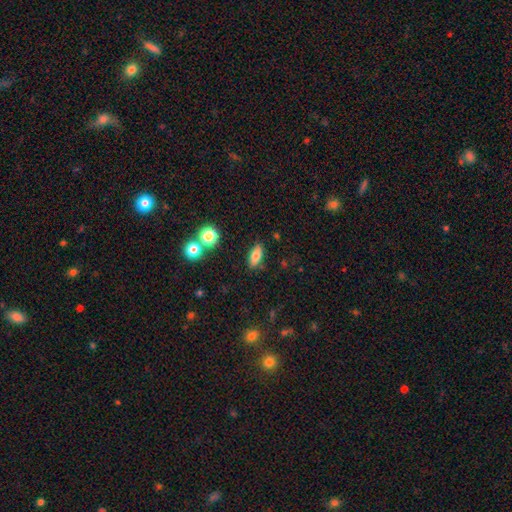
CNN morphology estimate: This appears to be a smooth galaxy with no disk features (77%) that is in between round and cigar-shaped (78%). Merging: none (84%).